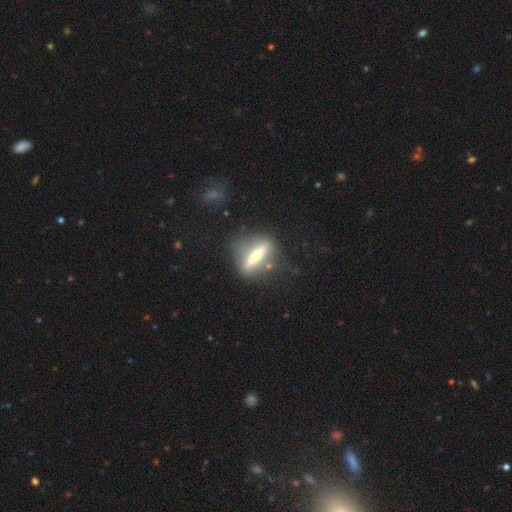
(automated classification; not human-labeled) Smooth or featured?
  - featured or disk: 51% *
  - smooth: 41%
  - star or artifact: 8%
Edge-on disk?
  - yes: 66% *
  - no: 34%
Merging?
  - none: 74% *
  - minor disturbance: 13%
  - major disturbance: 8%
  - merger: 4%